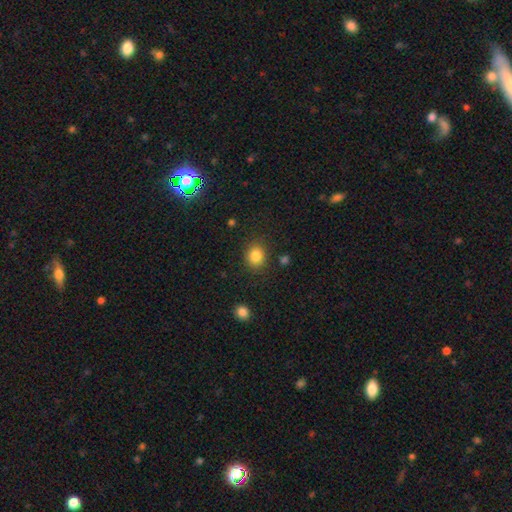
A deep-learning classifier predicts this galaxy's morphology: A smooth galaxy with no disk features (83%) that is round (69%). Merging: none (86%).